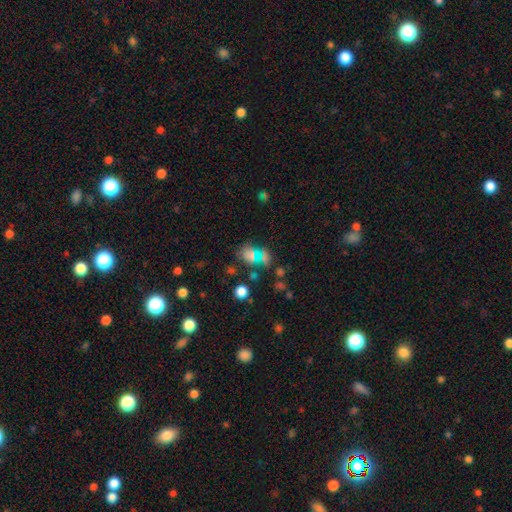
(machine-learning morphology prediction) type=smooth (54%); roundness=in between (55%); merging=none (63%).